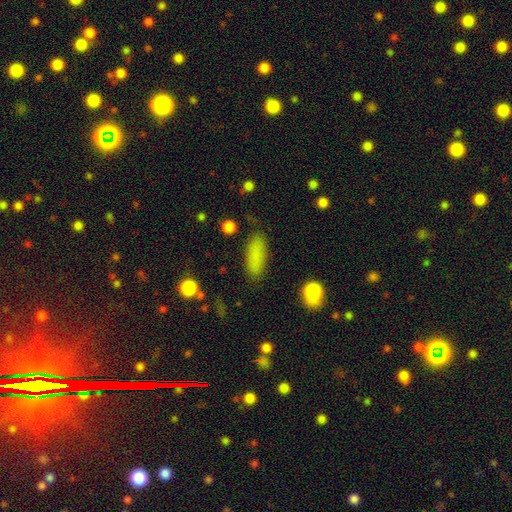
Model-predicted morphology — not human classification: A smooth galaxy with no disk features (84%) that is in between round and cigar-shaped (68%).

Vote fractions:
- Smooth or featured? smooth: 84% / star or artifact: 9% / featured or disk: 7%
- How rounded? in between: 68% / cigar-shaped: 29% / round: 3%
- Merging? none: 84% / minor disturbance: 11% / major disturbance: 3% / merger: 2%